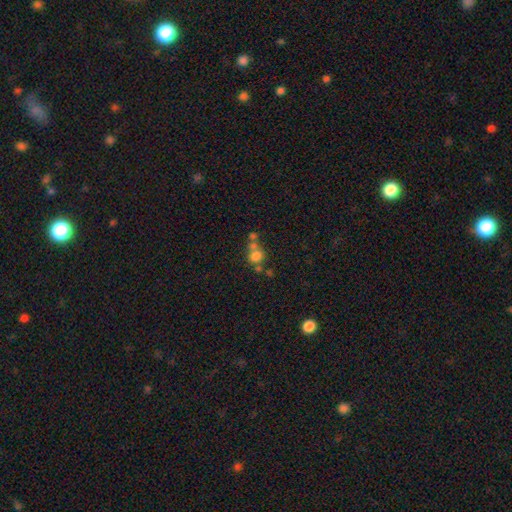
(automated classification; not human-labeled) smooth_or_featured: smooth (p=0.70) [alt: featured or disk p=0.15]
how_rounded: round (p=0.74) [alt: in between p=0.24]
merging: merger (p=0.46) [alt: none p=0.39]